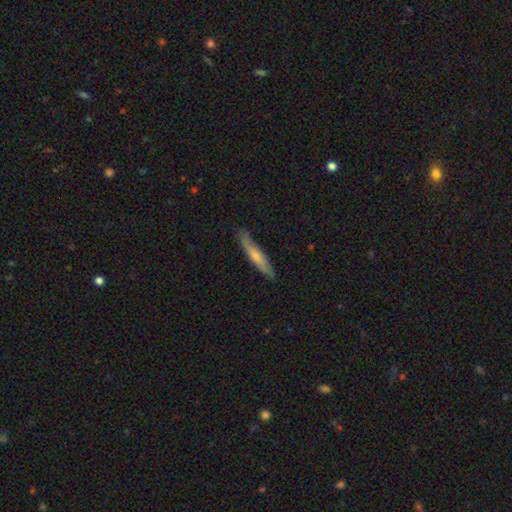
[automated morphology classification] smooth 50%, featured or disk 44%, star or artifact 6%. Down the decision tree: how rounded — cigar-shaped (93%); merging — none (85%).